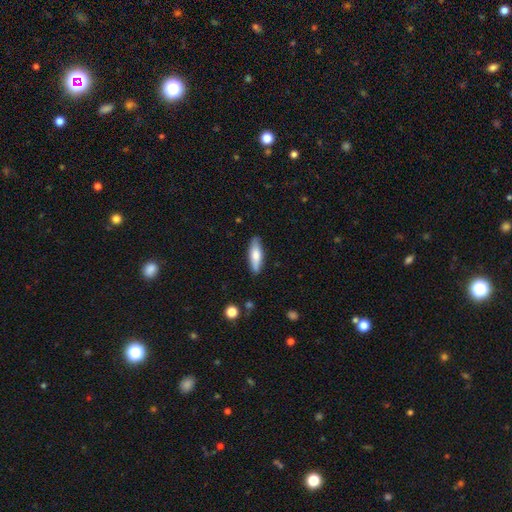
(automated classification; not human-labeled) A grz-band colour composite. It shows a smooth galaxy with no disk features (67%) that is cigar-shaped (54%). Merging: none (86%).